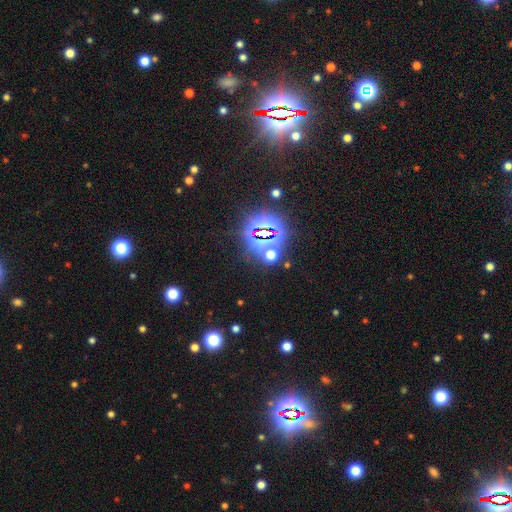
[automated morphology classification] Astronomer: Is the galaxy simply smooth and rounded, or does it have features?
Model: star or artifact — 84%.